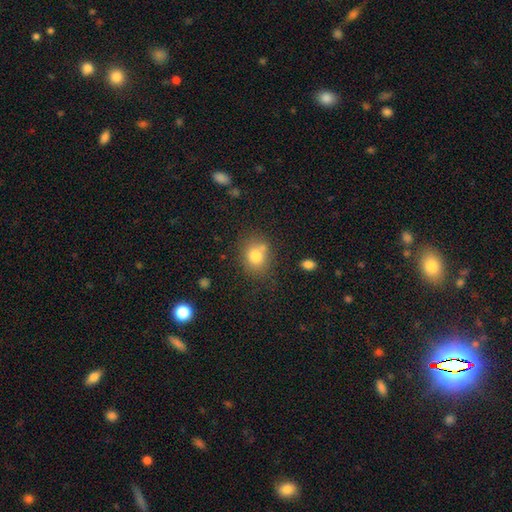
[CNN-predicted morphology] Smooth or featured: smooth — 78% (star or artifact — 11%)
How rounded: round — 60% (in between — 40%)
Merging: none — 65% (minor disturbance — 16%)